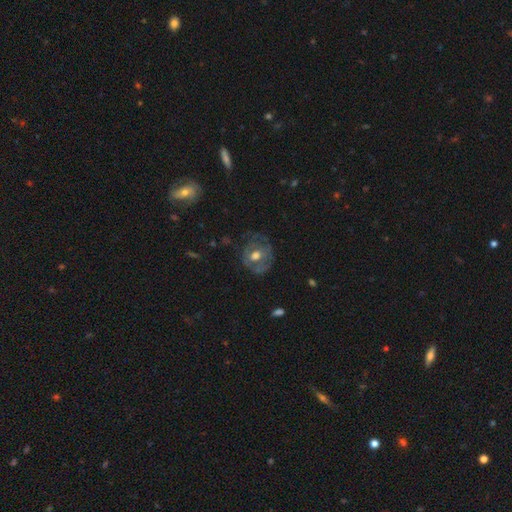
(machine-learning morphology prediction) The model was most divided on "smooth or featured": featured or disk: 52%, smooth: 40%, star or artifact: 8%. More confident: edge-on disk — no (96%); merging — none (56%).